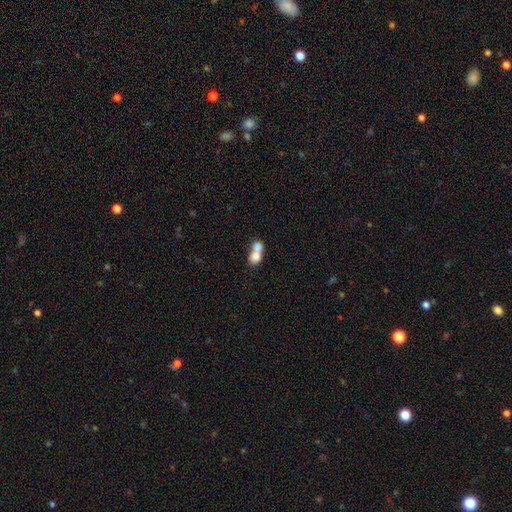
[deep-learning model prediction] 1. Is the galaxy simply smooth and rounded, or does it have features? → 72% smooth, 19% featured or disk, 8% star or artifact.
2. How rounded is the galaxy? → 50% round, 48% in between, 2% cigar-shaped.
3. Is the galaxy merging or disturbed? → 75% merger, 18% none, 5% minor disturbance, 3% major disturbance.